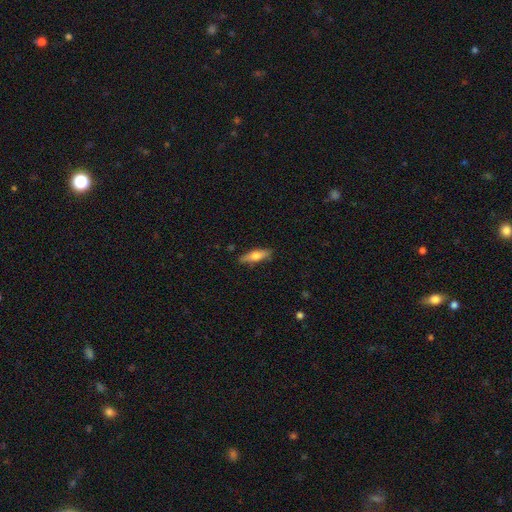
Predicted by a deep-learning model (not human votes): This appears to be a smooth galaxy with no disk features (57%) that is cigar-shaped (59%). Merging: none (86%).